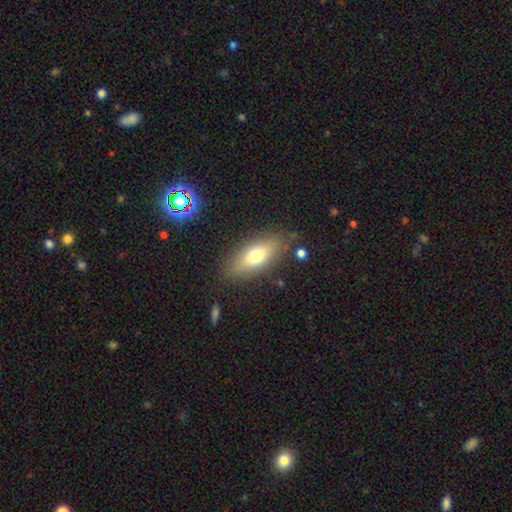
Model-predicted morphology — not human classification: The model was most divided on "smooth or featured": smooth: 69%, featured or disk: 23%, star or artifact: 8%. More confident: merging — none (81%); how rounded — in between (77%).